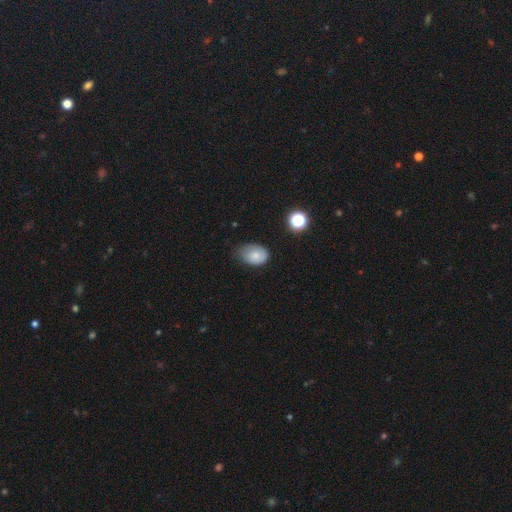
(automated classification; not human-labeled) This appears to be a smooth galaxy with no disk features (75%) that is in between round and cigar-shaped (74%). Merging: none (50%).